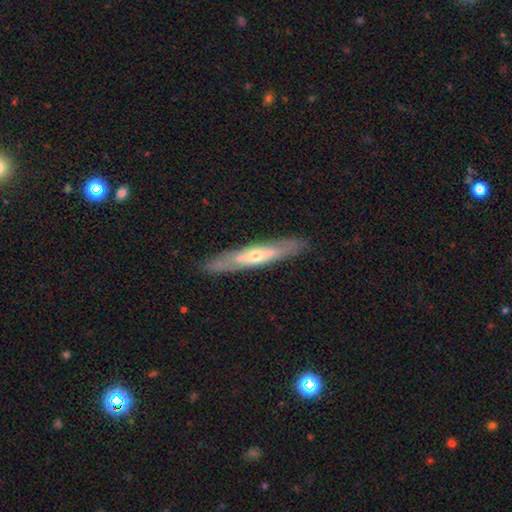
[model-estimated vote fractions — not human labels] featured or disk 62%, smooth 33%, star or artifact 5%. Down the decision tree: edge-on disk — yes (63%); merging — none (85%).